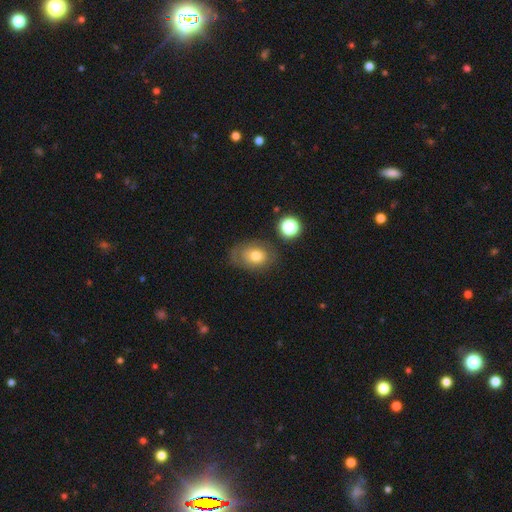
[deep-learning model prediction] smooth-or-featured: smooth: 66% | featured or disk: 23% | star or artifact: 11%
  how-rounded: in between: 62% | round: 37% | cigar-shaped: 1%
  merging: none: 61% | minor disturbance: 23% | major disturbance: 11% | merger: 5%